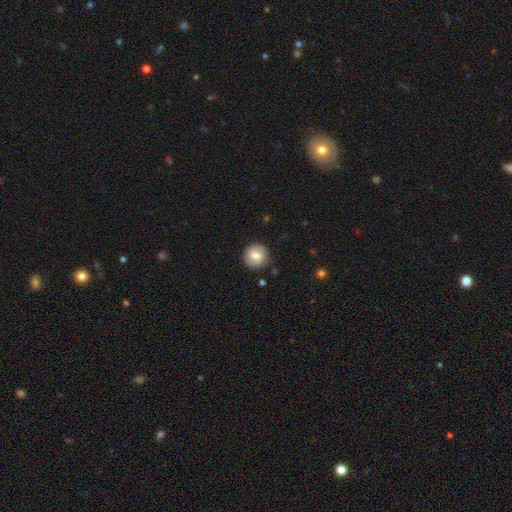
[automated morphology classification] type=smooth (68%); roundness=round (92%); merging=none (85%).